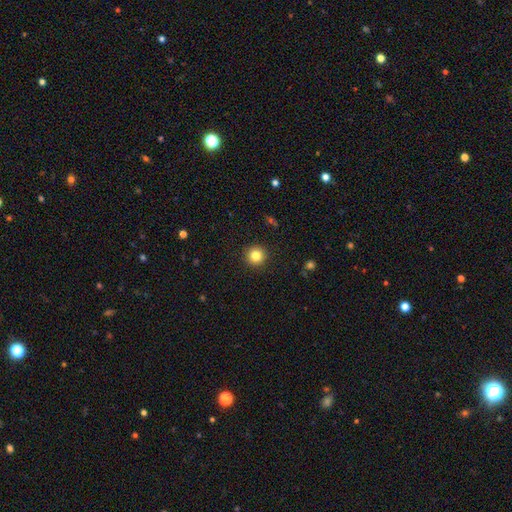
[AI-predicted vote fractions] A smooth galaxy with no disk features (82%) that is round (96%). Merging: none (92%).